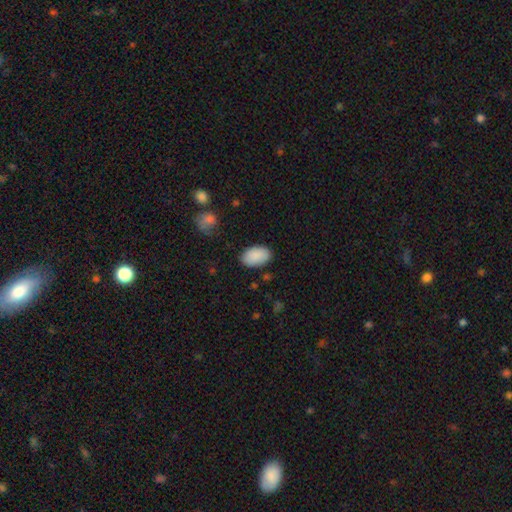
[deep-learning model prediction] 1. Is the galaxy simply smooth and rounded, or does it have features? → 90% smooth, 6% star or artifact, 4% featured or disk.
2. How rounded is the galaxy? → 93% in between, 6% round, 1% cigar-shaped.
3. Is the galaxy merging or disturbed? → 84% none, 11% minor disturbance, 3% major disturbance, 1% merger.